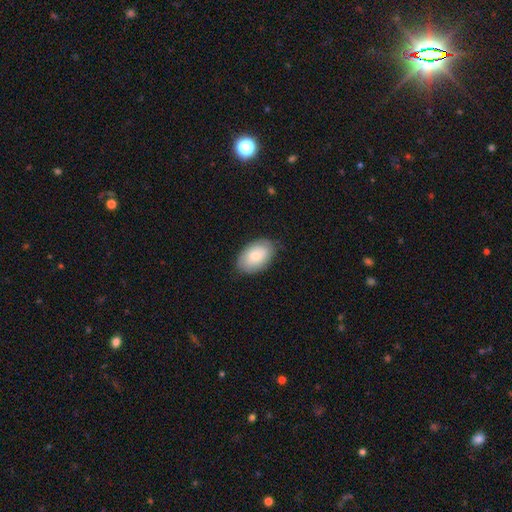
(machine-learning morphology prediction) smooth_or_featured: smooth (p=0.72) [alt: featured or disk p=0.22]
how_rounded: in between (p=0.92) [alt: round p=0.07]
merging: none (p=0.80) [alt: minor disturbance p=0.16]